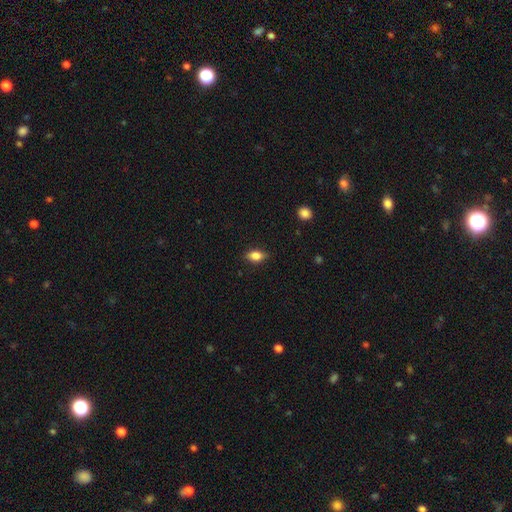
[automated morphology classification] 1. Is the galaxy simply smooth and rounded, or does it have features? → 78% smooth, 14% featured or disk, 8% star or artifact.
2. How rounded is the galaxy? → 82% in between, 11% round, 7% cigar-shaped.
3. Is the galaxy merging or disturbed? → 83% none, 14% minor disturbance, 3% major disturbance, 1% merger.